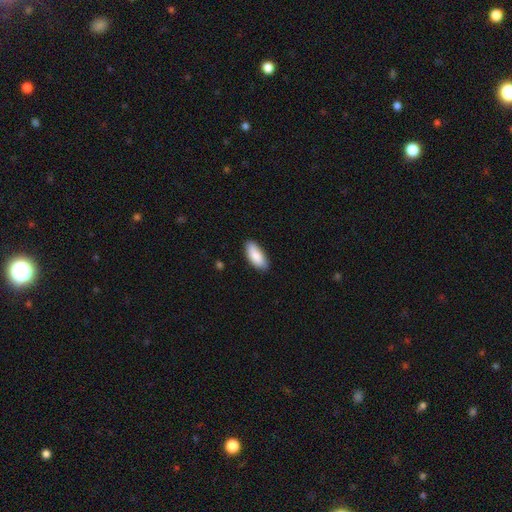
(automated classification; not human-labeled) A smooth galaxy with no disk features (86%) that is in between round and cigar-shaped (85%).

Vote fractions:
- Smooth or featured? smooth: 86% / featured or disk: 8% / star or artifact: 6%
- How rounded? in between: 85% / cigar-shaped: 13% / round: 2%
- Merging? none: 83% / minor disturbance: 14% / major disturbance: 2% / merger: 1%